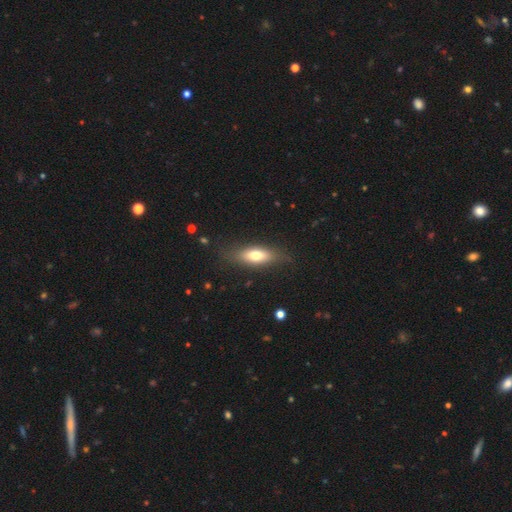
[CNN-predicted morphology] Overall: smooth (67%). How rounded: in between (66%; cigar-shaped 31%). Merging: none (78%).